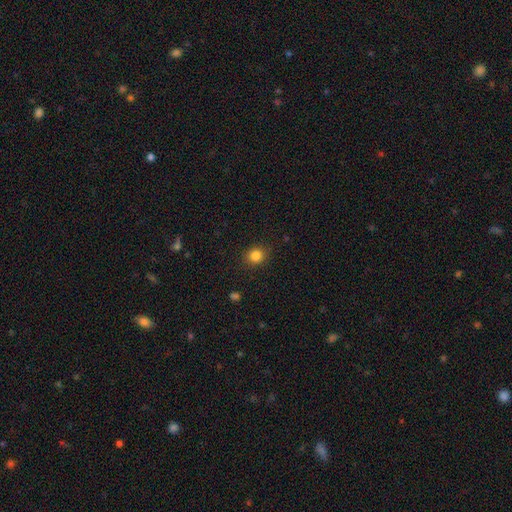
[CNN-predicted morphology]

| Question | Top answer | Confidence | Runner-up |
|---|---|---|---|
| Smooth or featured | smooth | 84% | star or artifact (12%) |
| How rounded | round | 84% | in between (15%) |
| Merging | none | 89% | minor disturbance (7%) |